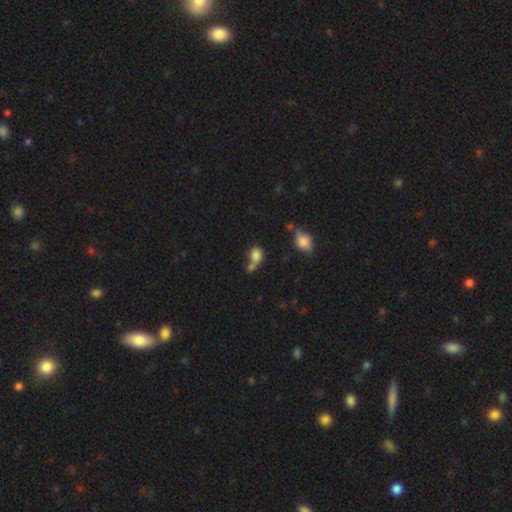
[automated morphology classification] smooth 79%, star or artifact 12%, featured or disk 9%. Down the decision tree: how rounded — in between (50%); merging — merger (43%).